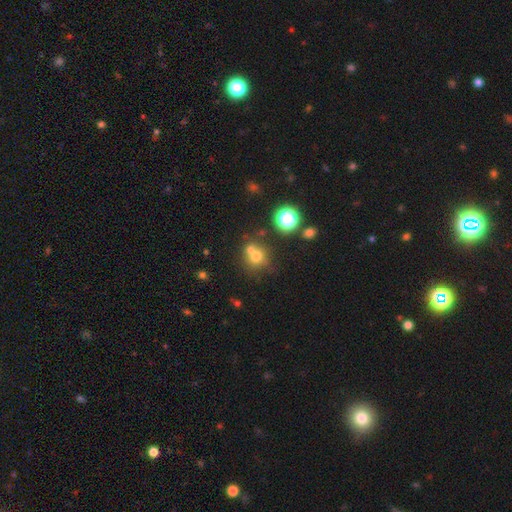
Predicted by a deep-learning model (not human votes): This appears to be a smooth galaxy with no disk features (68%) that is round (87%). Merging: none (52%).